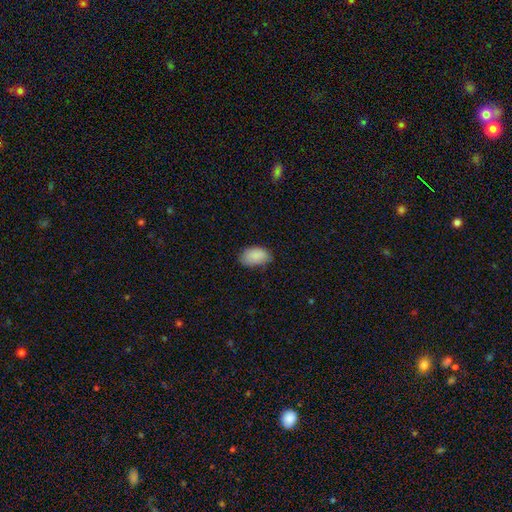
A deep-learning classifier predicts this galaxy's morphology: This appears to be a smooth galaxy with no disk features (88%) that is in between round and cigar-shaped (92%). Merging: none (72%).